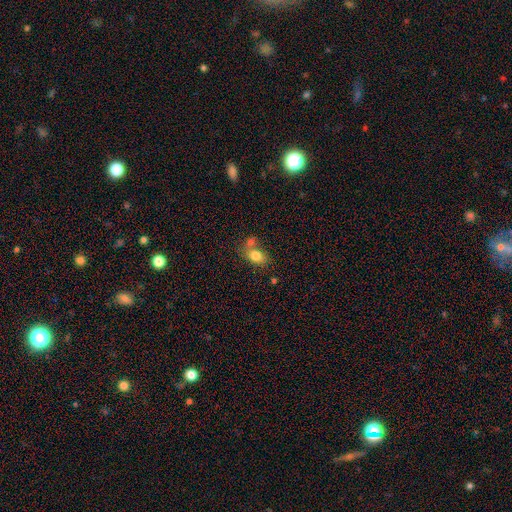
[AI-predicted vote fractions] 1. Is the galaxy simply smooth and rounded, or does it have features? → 80% smooth, 11% featured or disk, 9% star or artifact.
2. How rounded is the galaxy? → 73% in between, 25% round, 2% cigar-shaped.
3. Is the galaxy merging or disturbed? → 46% none, 36% merger, 13% minor disturbance, 5% major disturbance.